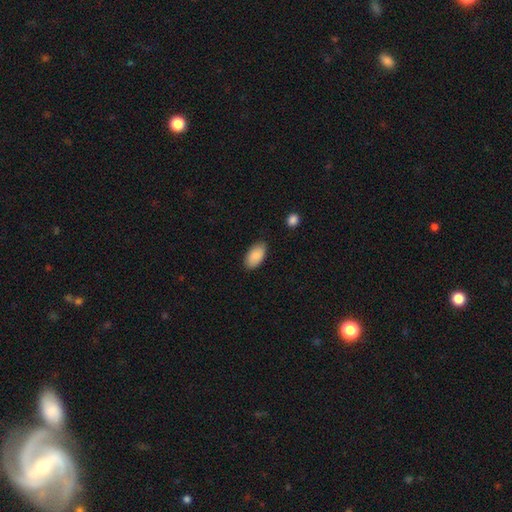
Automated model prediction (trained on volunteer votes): Smooth or featured? smooth (89%)
How rounded? in between (95%)
Merging? none (84%)